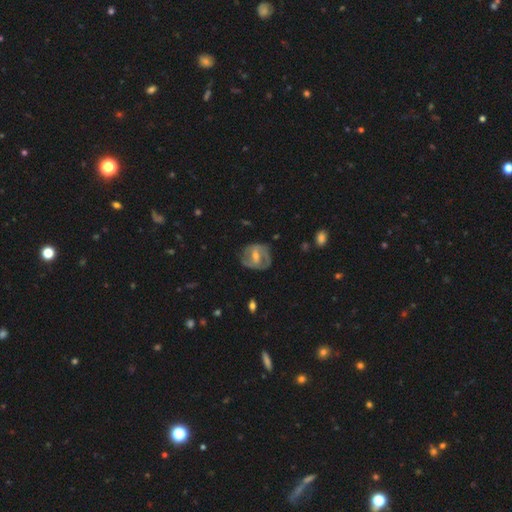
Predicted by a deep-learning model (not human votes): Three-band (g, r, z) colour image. It shows a featured or disk galaxy (71%) with a weak bar (42%), 2 (71%) medium (42%) spiral arms (74%) and a moderate central bulge (56%). Merging: none (73%).